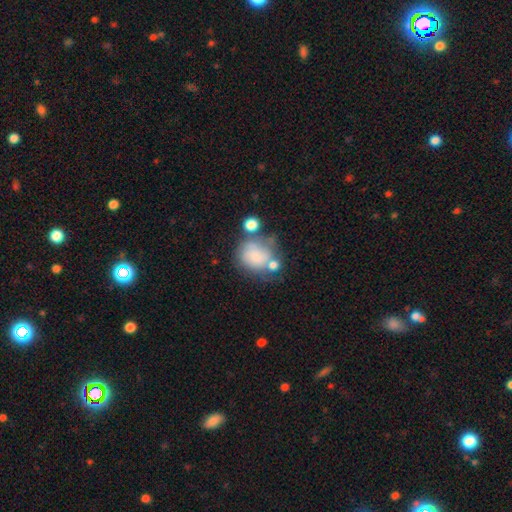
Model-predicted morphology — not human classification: Smooth or featured?
  - smooth: 69% *
  - featured or disk: 21%
  - star or artifact: 10%
How rounded?
  - round: 70% *
  - in between: 29%
  - cigar-shaped: 1%
Merging?
  - none: 37% *
  - merger: 27%
  - minor disturbance: 20%
  - major disturbance: 15%